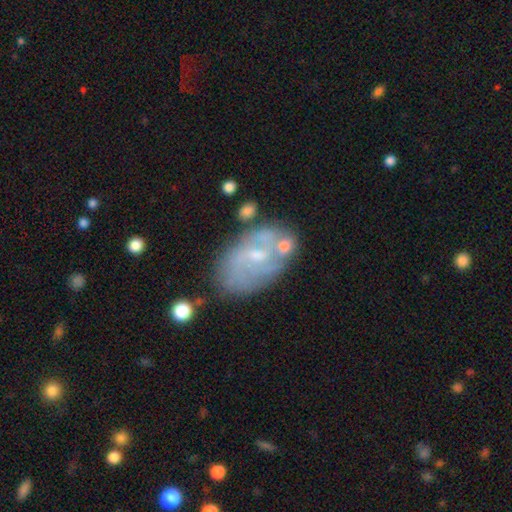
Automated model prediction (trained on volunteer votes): Smooth or featured?
  - featured or disk: 63% *
  - smooth: 28%
  - star or artifact: 9%
Edge-on disk?
  - no: 96% *
  - yes: 4%
Bar?
  - no: 46% *
  - weak: 45%
  - strong: 9%
Spiral arms?
  - yes: 63% *
  - no: 37%
Bulge size?
  - small: 61% *
  - moderate: 26%
  - none: 11%
  - large: 1%
  - dominant: 1%
Merging?
  - none: 55% *
  - minor disturbance: 23%
  - major disturbance: 11%
  - merger: 11%